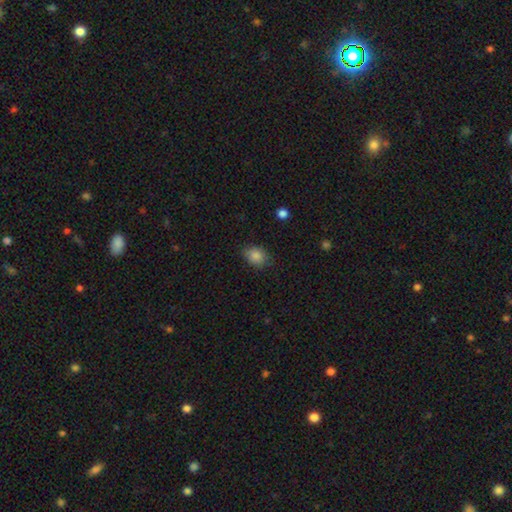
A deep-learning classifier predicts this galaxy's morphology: This is clearly a smooth galaxy (86%). How rounded: likely in between (65%). Merging: likely none (80%).